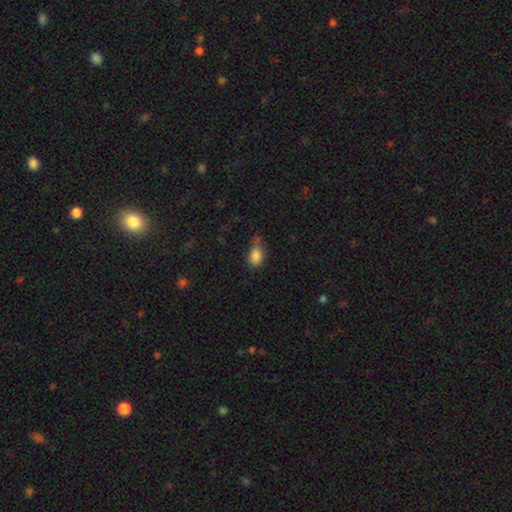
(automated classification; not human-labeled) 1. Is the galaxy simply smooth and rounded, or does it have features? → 84% smooth, 10% star or artifact, 6% featured or disk.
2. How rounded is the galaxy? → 78% in between, 20% round, 2% cigar-shaped.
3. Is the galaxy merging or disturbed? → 46% none, 35% minor disturbance, 12% major disturbance, 7% merger.